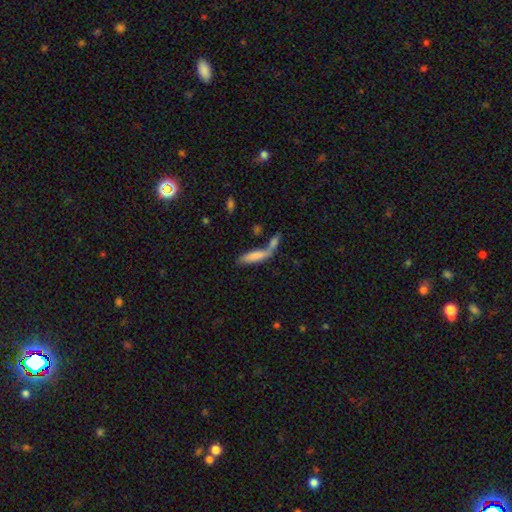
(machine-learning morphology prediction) Overall: smooth (73%). How rounded: cigar-shaped (62%; in between 35%). Merging: merger (48%; none 33%).